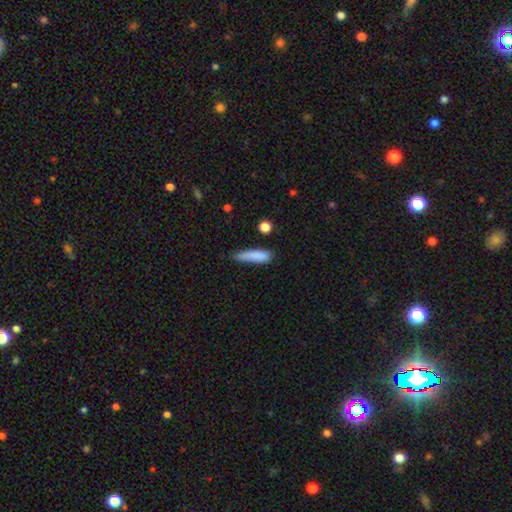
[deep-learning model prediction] smooth-or-featured: smooth: 83% | featured or disk: 9% | star or artifact: 7%
  how-rounded: cigar-shaped: 79% | in between: 19% | round: 2%
  merging: none: 62% | minor disturbance: 28% | major disturbance: 6% | merger: 4%